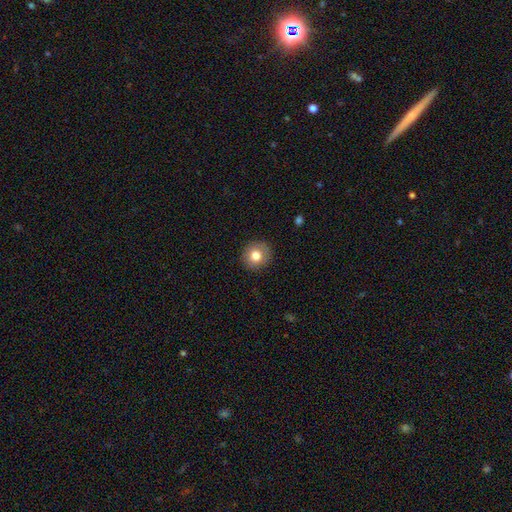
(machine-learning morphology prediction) The model was most divided on "smooth or featured": smooth: 79%, featured or disk: 11%, star or artifact: 10%. More confident: how rounded — round (90%); merging — none (89%).